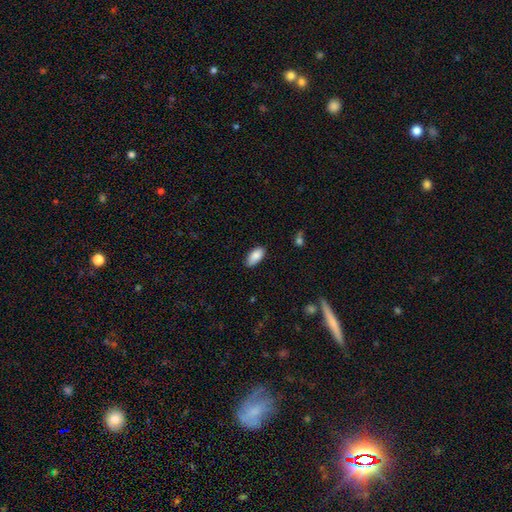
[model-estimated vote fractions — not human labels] The model was most divided on "merging": none: 83%, minor disturbance: 14%, major disturbance: 2%, merger: 1%. More confident: how rounded — in between (92%); smooth or featured — smooth (88%).